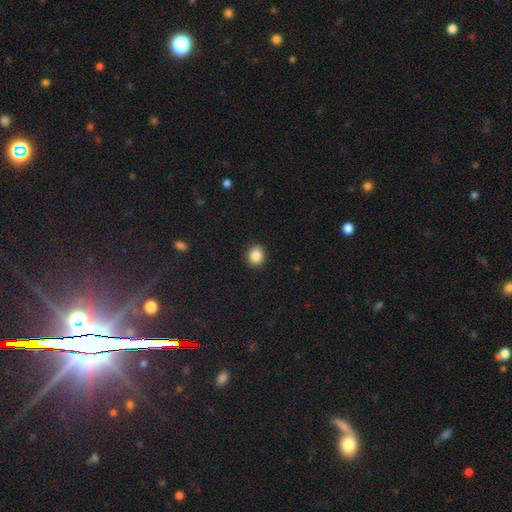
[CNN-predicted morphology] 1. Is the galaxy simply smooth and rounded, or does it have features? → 87% smooth, 9% star or artifact, 4% featured or disk.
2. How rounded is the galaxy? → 79% round, 20% in between, 1% cigar-shaped.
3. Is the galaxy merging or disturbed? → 90% none, 7% minor disturbance, 2% major disturbance, 1% merger.